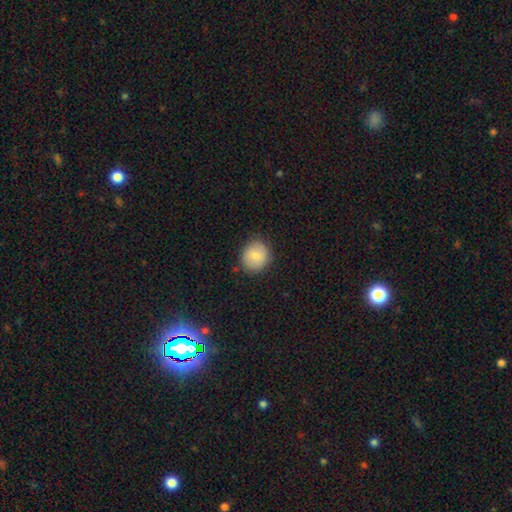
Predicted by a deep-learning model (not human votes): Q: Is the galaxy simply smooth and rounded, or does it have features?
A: smooth — 79%.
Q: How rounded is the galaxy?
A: round — 78%.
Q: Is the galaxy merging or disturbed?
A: none — 82%.